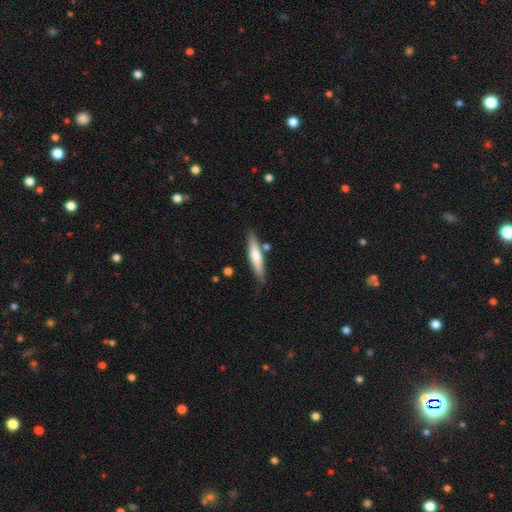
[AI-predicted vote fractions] This is possibly a smooth galaxy (57%). How rounded: clearly cigar-shaped (86%). Merging: likely none (79%).